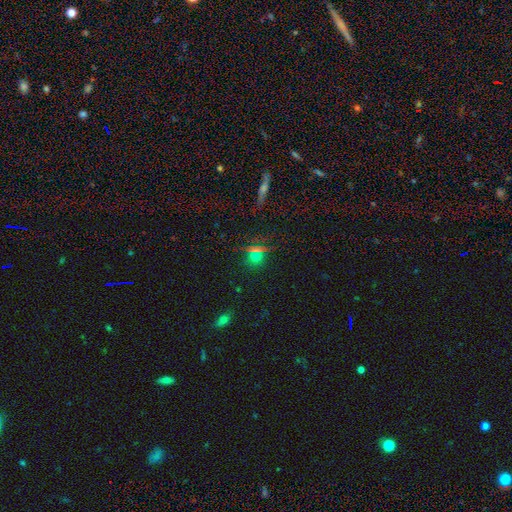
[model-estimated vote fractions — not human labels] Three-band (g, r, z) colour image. It shows a smooth galaxy with no disk features (47%). Merging: none (77%).